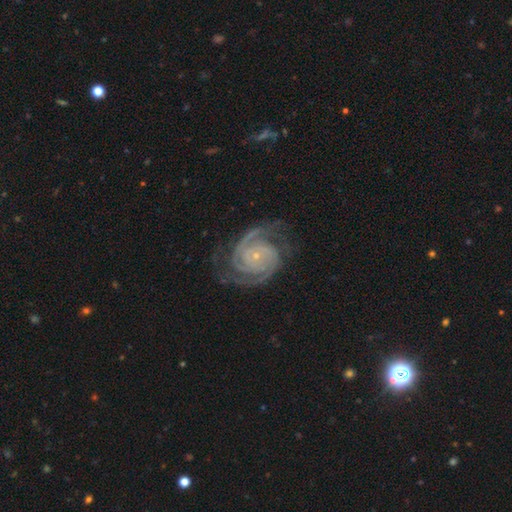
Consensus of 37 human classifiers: Smooth or featured? featured or disk (95%)
Edge-on disk? no (91%)
Bar? no (66%)
Spiral arms? yes (100%)
Spiral winding? tight (81%)
Spiral arm count? 2 (62%)
Bulge size? small (81%)
Merging? none (73%)